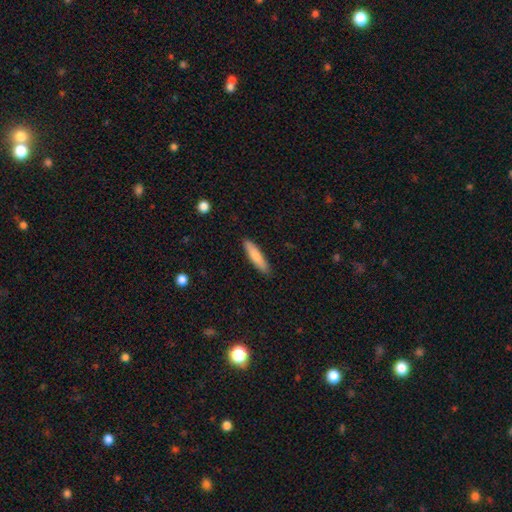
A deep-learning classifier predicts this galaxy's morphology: Q: Smooth or featured?
A: smooth (80%); runner-up: featured or disk (14%)
Q: How rounded?
A: cigar-shaped (82%); runner-up: in between (16%)
Q: Merging?
A: none (89%); runner-up: minor disturbance (8%)